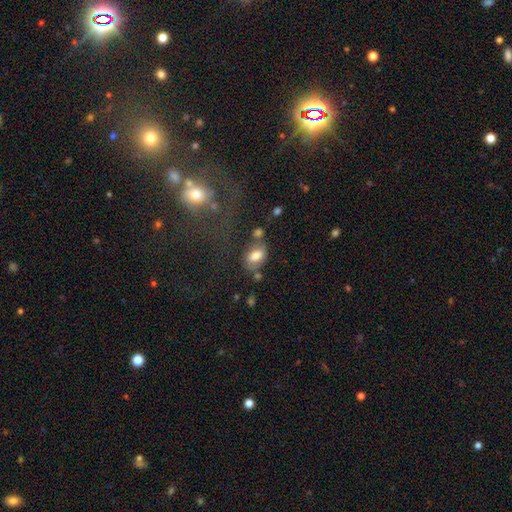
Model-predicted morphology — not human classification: A smooth galaxy with no disk features (70%) that is in between round and cigar-shaped (86%). Merging: none (56%).